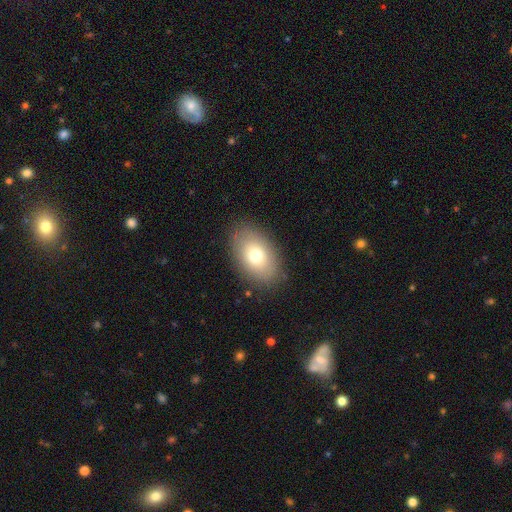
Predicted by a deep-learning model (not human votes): smooth-or-featured: smooth: 73% | featured or disk: 17% | star or artifact: 9%
  how-rounded: in between: 87% | round: 11% | cigar-shaped: 1%
  merging: none: 85% | minor disturbance: 10% | major disturbance: 3% | merger: 1%